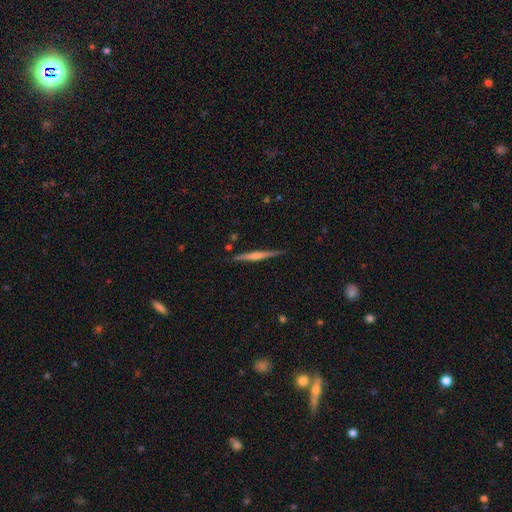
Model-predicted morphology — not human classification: featured or disk 75%, smooth 19%, star or artifact 6%. Down the decision tree: edge-on disk — yes (98%); edge-on bulge — rounded (71%); merging — none (90%).